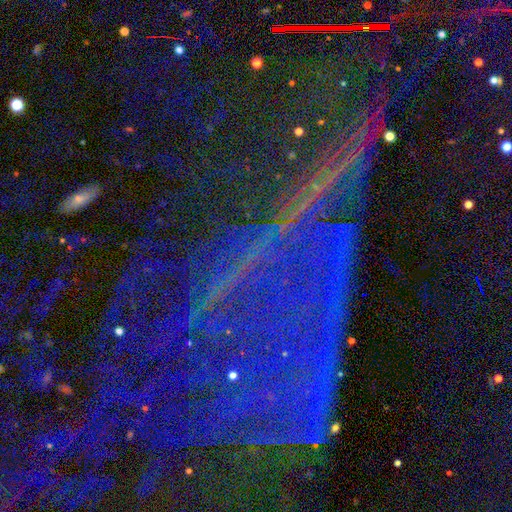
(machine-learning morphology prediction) star or artifact 86%, featured or disk 8%, smooth 7%.